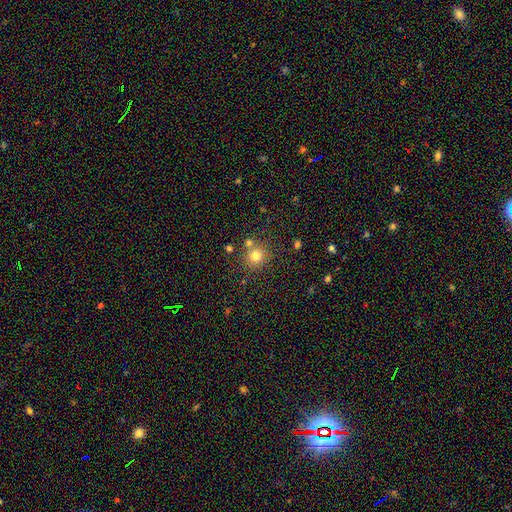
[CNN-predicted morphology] This appears to be a smooth galaxy with no disk features (77%) that is round (87%). Merging: none (72%).